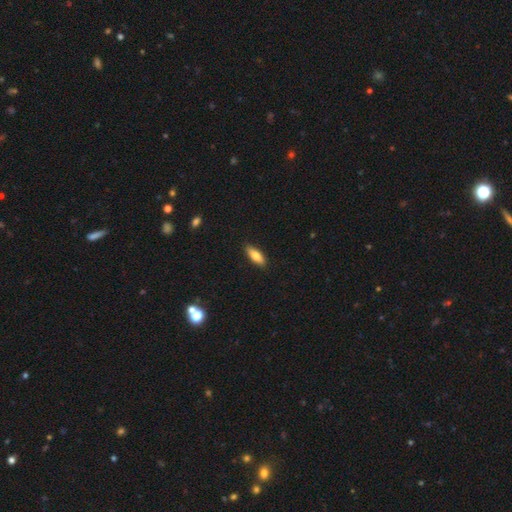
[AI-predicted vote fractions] Q: Smooth or featured?
A: smooth (76%); runner-up: featured or disk (17%)
Q: How rounded?
A: in between (65%); runner-up: cigar-shaped (33%)
Q: Merging?
A: none (89%); runner-up: minor disturbance (8%)